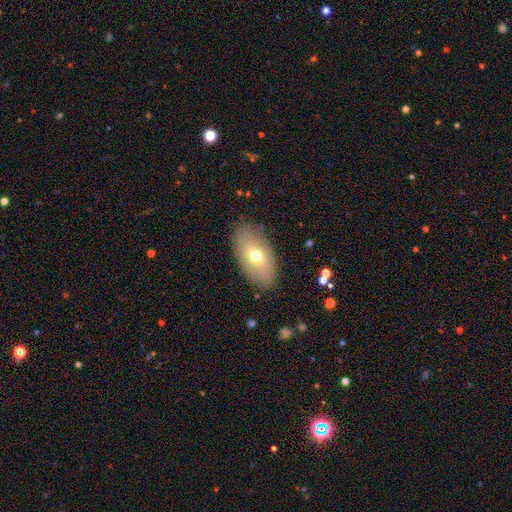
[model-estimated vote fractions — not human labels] Morphology: type=smooth (66%); roundness=in between (92%); merging=none (83%).